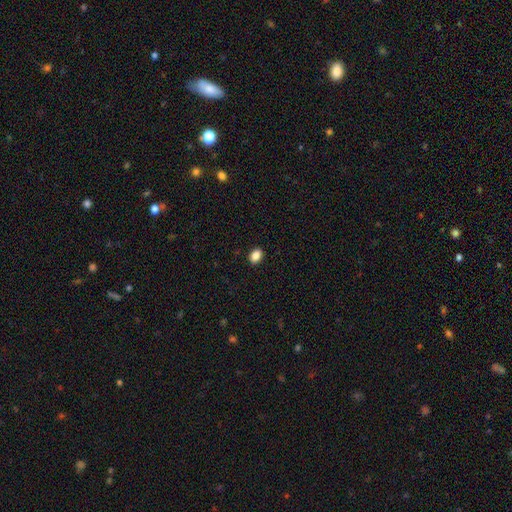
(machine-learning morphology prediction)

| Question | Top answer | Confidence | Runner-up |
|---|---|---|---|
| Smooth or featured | smooth | 87% | star or artifact (9%) |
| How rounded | in between | 72% | round (27%) |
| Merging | none | 91% | minor disturbance (6%) |